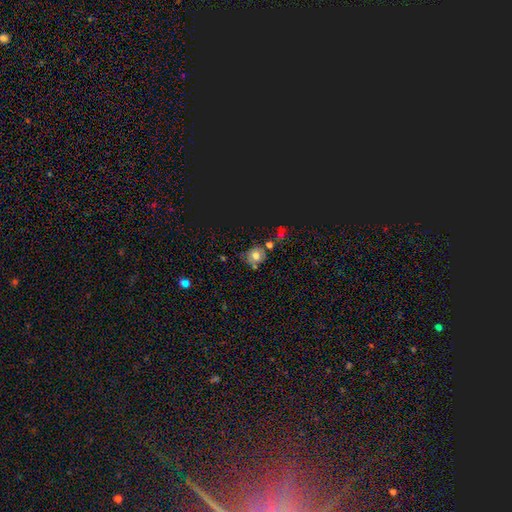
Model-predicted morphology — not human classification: smooth 60%, star or artifact 22%, featured or disk 17%. Down the decision tree: how rounded — round (71%); merging — none (61%).